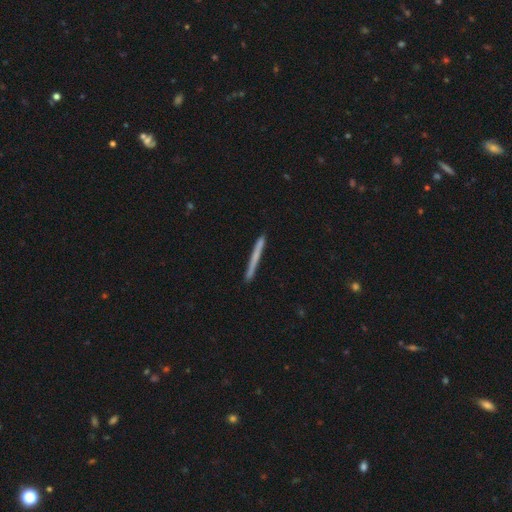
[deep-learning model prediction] A smooth galaxy with no disk features (58%) that is cigar-shaped (97%).

Vote fractions:
- Smooth or featured? smooth: 58% / featured or disk: 36% / star or artifact: 6%
- How rounded? cigar-shaped: 97% / in between: 2% / round: 1%
- Merging? none: 89% / minor disturbance: 8% / merger: 1% / major disturbance: 1%